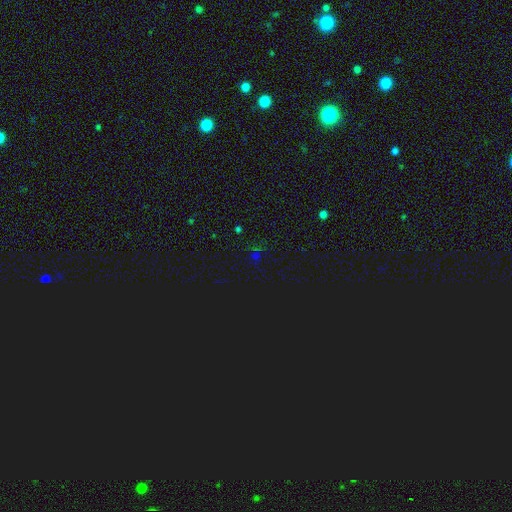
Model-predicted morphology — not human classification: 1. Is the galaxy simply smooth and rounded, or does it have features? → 66% star or artifact, 27% smooth, 8% featured or disk.